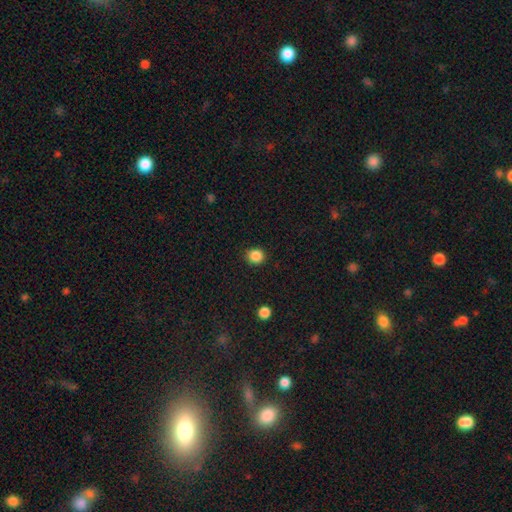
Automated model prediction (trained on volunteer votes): Smooth or featured?
  - smooth: 87% *
  - star or artifact: 11%
  - featured or disk: 3%
How rounded?
  - round: 87% *
  - in between: 12%
  - cigar-shaped: 1%
Merging?
  - none: 90% *
  - minor disturbance: 7%
  - major disturbance: 2%
  - merger: 1%